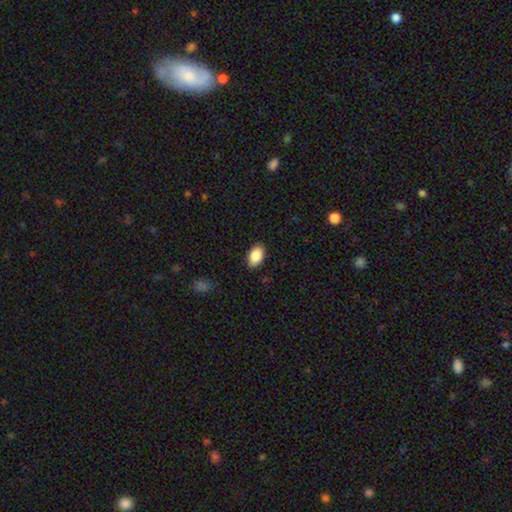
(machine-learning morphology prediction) Smooth or featured?
  - smooth: 87% *
  - star or artifact: 7%
  - featured or disk: 6%
How rounded?
  - in between: 92% *
  - round: 7%
  - cigar-shaped: 1%
Merging?
  - none: 87% *
  - minor disturbance: 10%
  - major disturbance: 2%
  - merger: 1%